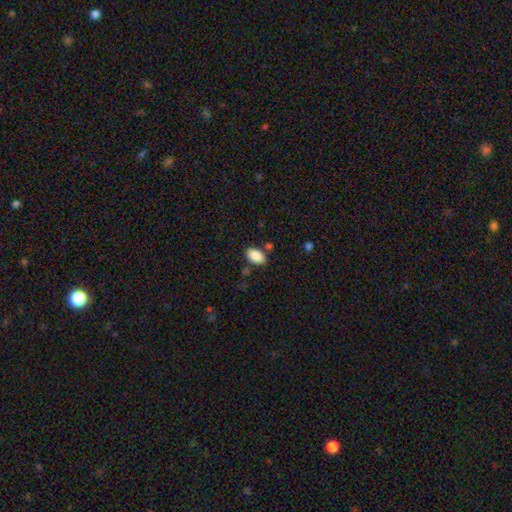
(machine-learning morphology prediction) This appears to be a smooth galaxy with no disk features (89%) that is in between round and cigar-shaped (93%). Merging: none (79%).